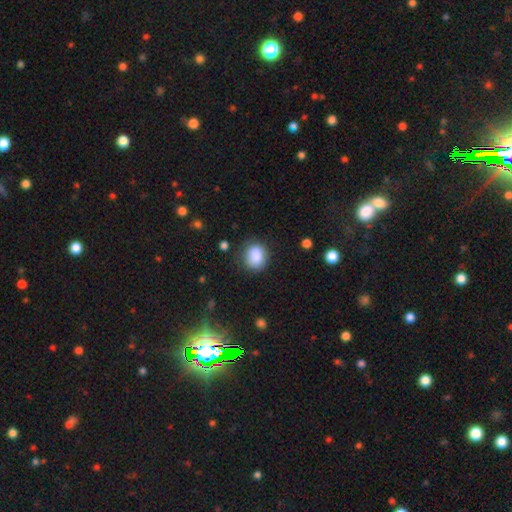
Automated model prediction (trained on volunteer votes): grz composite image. It shows a smooth galaxy with no disk features (87%) that is round (63%). Merging: none (78%).